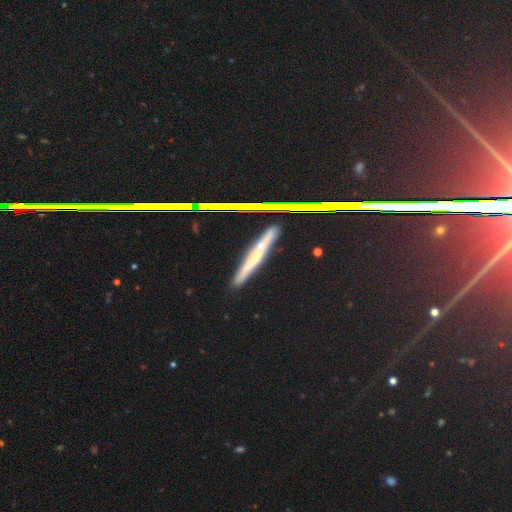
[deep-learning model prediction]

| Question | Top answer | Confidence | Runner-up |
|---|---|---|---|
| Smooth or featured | featured or disk | 39% | star or artifact (33%) |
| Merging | none | 82% | minor disturbance (11%) |